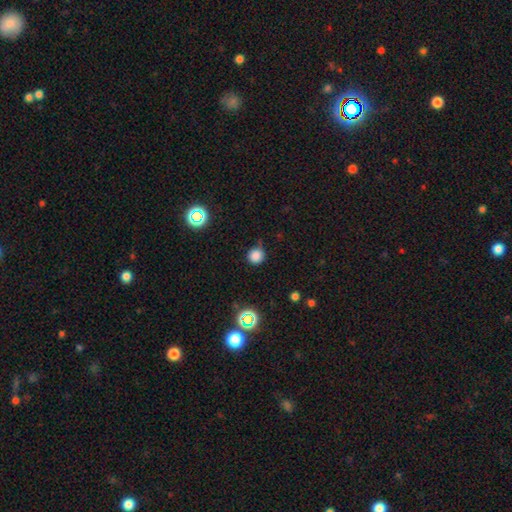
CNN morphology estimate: This is likely a smooth galaxy (80%). How rounded: clearly round (94%). Merging: likely none (77%).